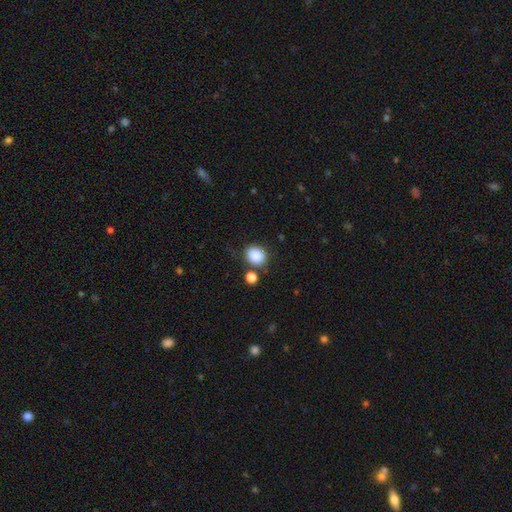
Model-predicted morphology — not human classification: smooth_or_featured: smooth (p=0.87) [alt: star or artifact p=0.09]
how_rounded: round (p=0.63) [alt: in between p=0.36]
merging: none (p=0.75) [alt: minor disturbance p=0.12]